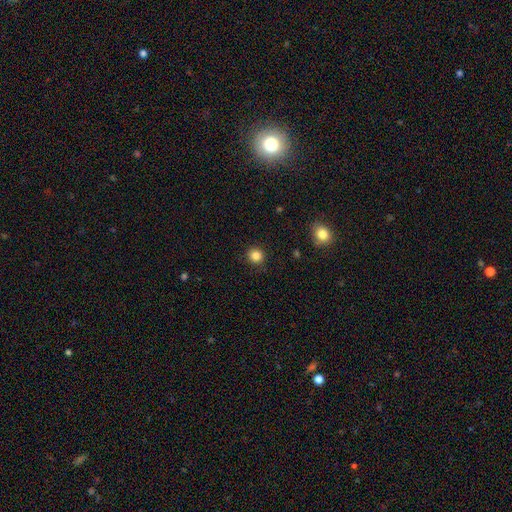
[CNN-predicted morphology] This is clearly a smooth galaxy (85%). How rounded: clearly round (91%). Merging: clearly none (90%).